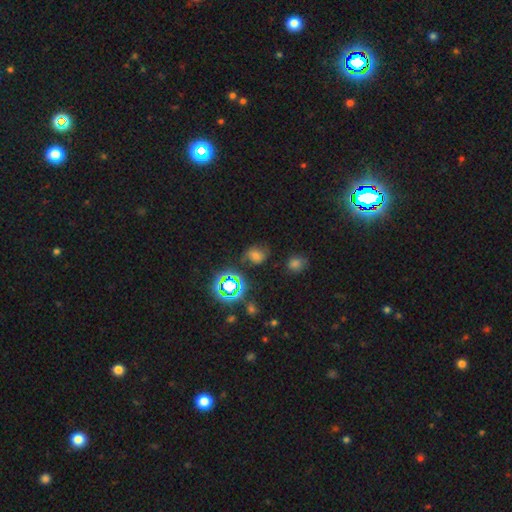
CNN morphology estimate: Q: Smooth or featured?
A: smooth (52%); runner-up: star or artifact (32%)
Q: How rounded?
A: round (59%); runner-up: in between (40%)
Q: Merging?
A: none (63%); runner-up: minor disturbance (23%)